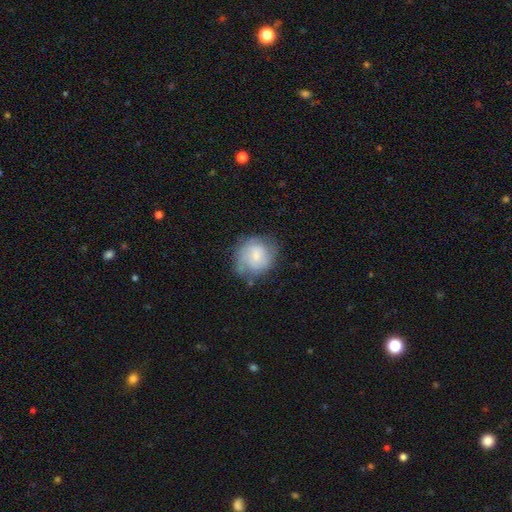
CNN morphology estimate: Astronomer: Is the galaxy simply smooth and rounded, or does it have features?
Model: smooth — 59%.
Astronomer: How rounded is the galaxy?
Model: round — 75%.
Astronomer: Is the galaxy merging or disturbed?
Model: none — 57%.